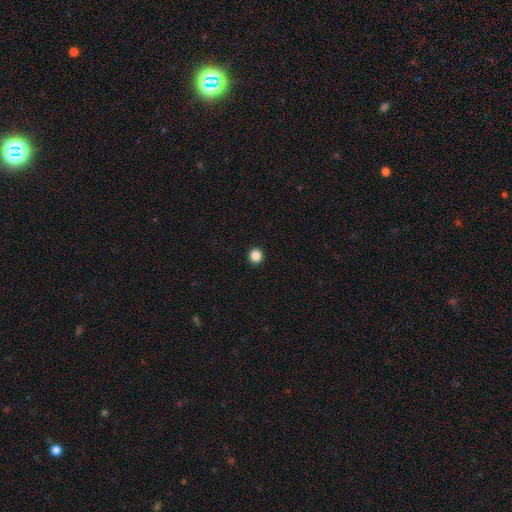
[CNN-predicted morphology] smooth 87%, star or artifact 10%, featured or disk 3%. Down the decision tree: how rounded — round (94%); merging — none (94%).